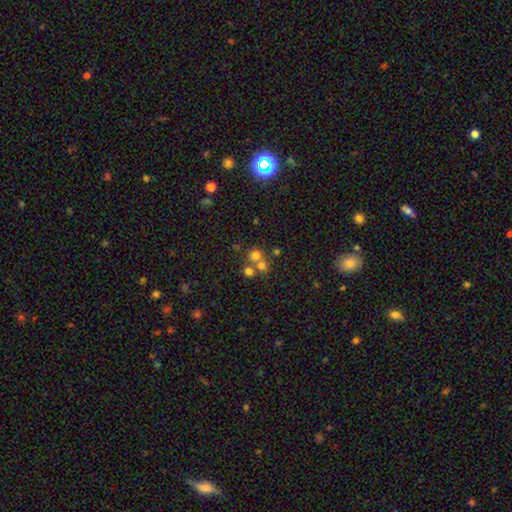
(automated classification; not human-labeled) This appears to be a smooth galaxy with no disk features (63%) that is round (86%). Merging: none (50%).